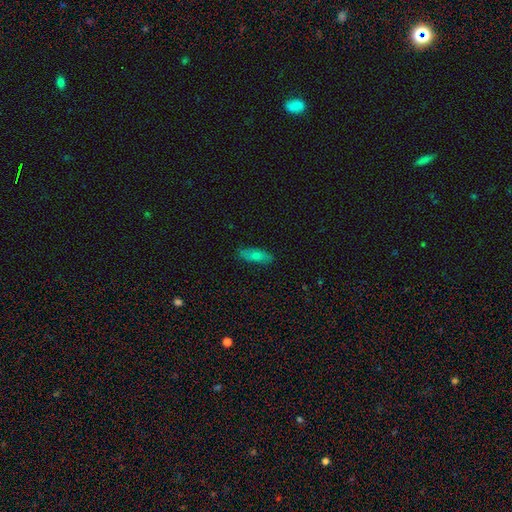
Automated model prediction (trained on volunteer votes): A smooth galaxy with no disk features (72%) that is in between round and cigar-shaped (66%). Merging: none (84%).